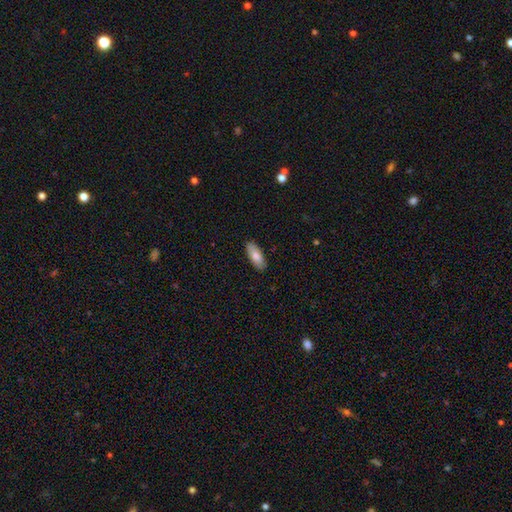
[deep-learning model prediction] Morphology: type=smooth (80%); roundness=in between (79%); merging=none (89%).